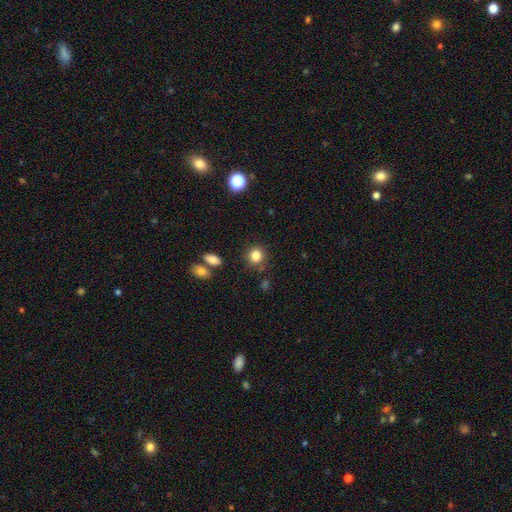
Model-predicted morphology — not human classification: Smooth or featured?
  - smooth: 83% *
  - star or artifact: 11%
  - featured or disk: 5%
How rounded?
  - round: 83% *
  - in between: 16%
  - cigar-shaped: 1%
Merging?
  - none: 83% *
  - minor disturbance: 10%
  - merger: 4%
  - major disturbance: 3%